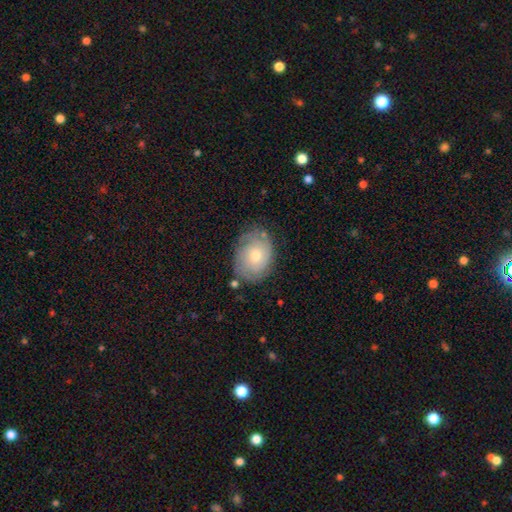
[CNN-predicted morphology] The model was most divided on "bulge size": moderate: 57%, small: 37%, large: 3%, none: 1%, dominant: 1%. More confident: edge-on disk — no (96%); spiral arms — yes (83%); bar — no (81%); merging — none (74%); smooth or featured — featured or disk (59%).